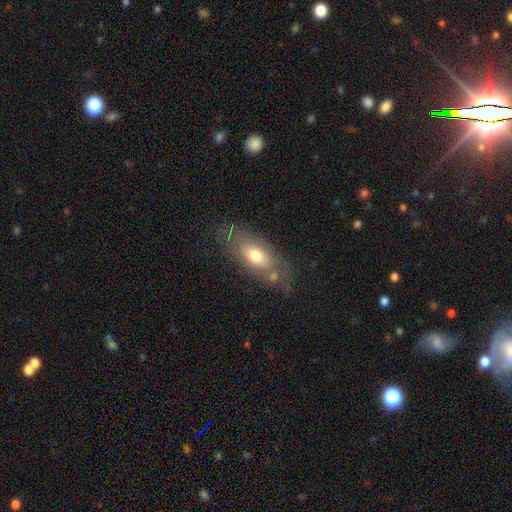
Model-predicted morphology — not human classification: Smooth or featured?
  - smooth: 61% *
  - featured or disk: 31%
  - star or artifact: 7%
How rounded?
  - in between: 82% *
  - cigar-shaped: 14%
  - round: 4%
Merging?
  - none: 66% *
  - minor disturbance: 19%
  - major disturbance: 8%
  - merger: 7%